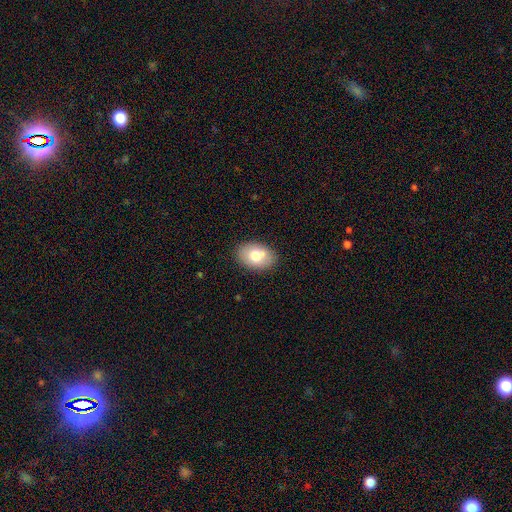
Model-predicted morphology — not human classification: Smooth or featured: smooth — 75% (featured or disk — 17%)
How rounded: in between — 83% (round — 16%)
Merging: none — 82% (minor disturbance — 12%)